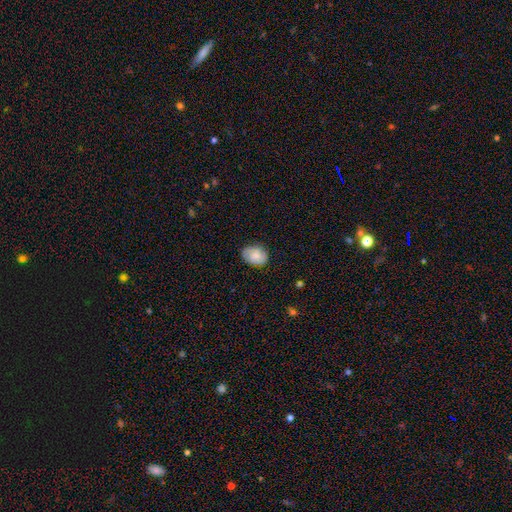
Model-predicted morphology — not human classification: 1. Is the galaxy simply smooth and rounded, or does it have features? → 78% smooth, 15% featured or disk, 7% star or artifact.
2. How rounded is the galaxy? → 69% in between, 30% round, 1% cigar-shaped.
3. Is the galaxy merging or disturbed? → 78% none, 18% minor disturbance, 3% major disturbance, 1% merger.